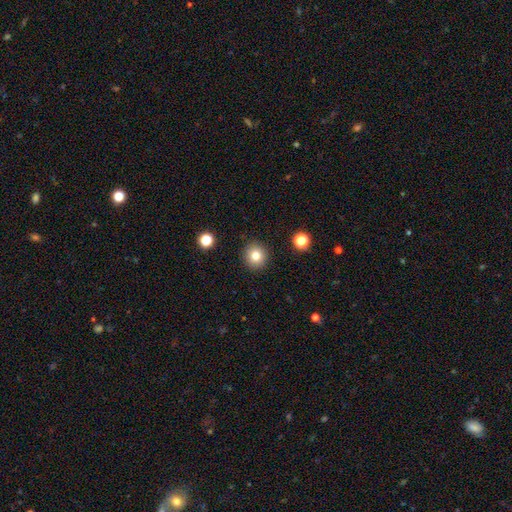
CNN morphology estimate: smooth-or-featured: smooth: 80% | star or artifact: 12% | featured or disk: 8%
  how-rounded: round: 93% | in between: 6% | cigar-shaped: 1%
  merging: none: 91% | minor disturbance: 6% | major disturbance: 2% | merger: 2%